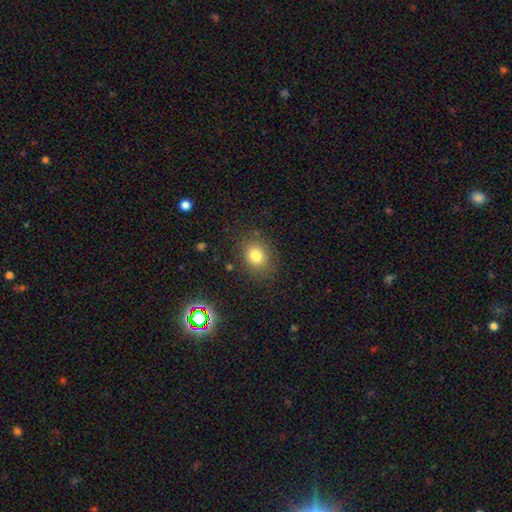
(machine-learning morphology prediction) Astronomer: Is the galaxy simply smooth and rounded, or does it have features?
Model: smooth — 80%.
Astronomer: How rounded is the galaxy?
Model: round — 59% (runner-up: in between, 40%).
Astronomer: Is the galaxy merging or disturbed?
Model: none — 83%.